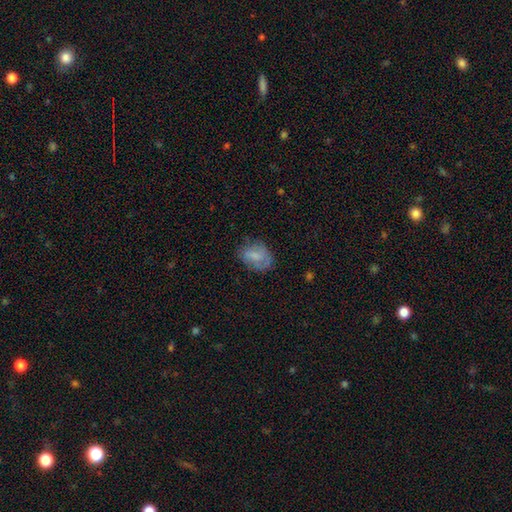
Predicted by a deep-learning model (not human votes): Overall: smooth (62%; featured or disk 29%). How rounded: in between (75%). Merging: none (61%; minor disturbance 25%).